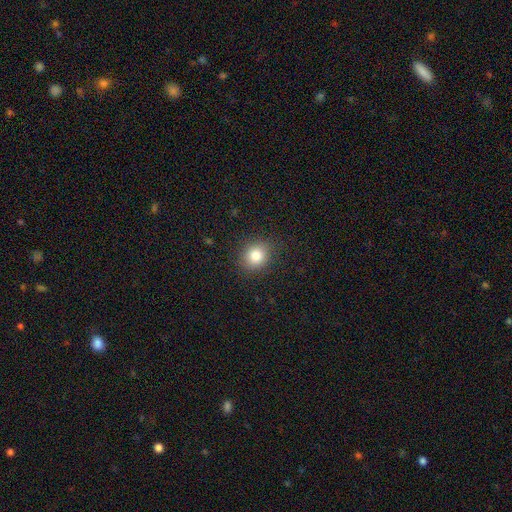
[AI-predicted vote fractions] Smooth or featured?
  - smooth: 83% *
  - star or artifact: 11%
  - featured or disk: 6%
How rounded?
  - round: 77% *
  - in between: 22%
  - cigar-shaped: 1%
Merging?
  - none: 87% *
  - minor disturbance: 9%
  - major disturbance: 3%
  - merger: 1%